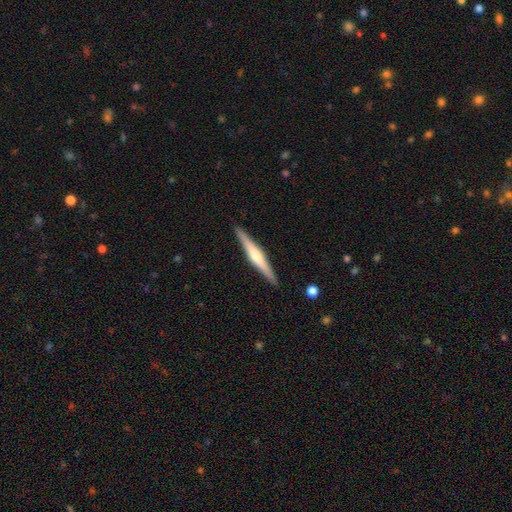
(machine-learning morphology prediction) Smooth or featured? Predicted: featured or disk (p=0.65). Edge-on disk? Predicted: yes (p=0.98). Edge-on bulge? Predicted: rounded (p=0.73). Merging? Predicted: none (p=0.91).